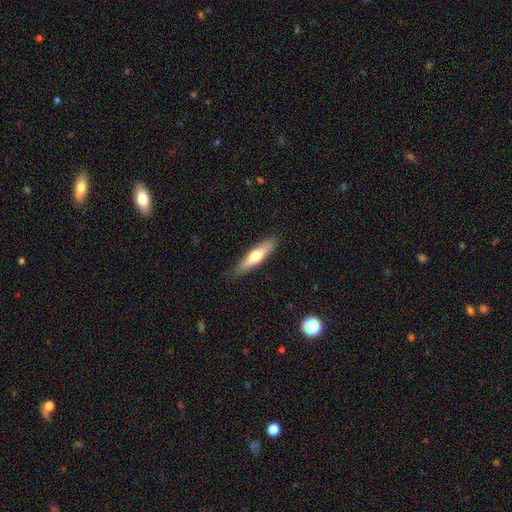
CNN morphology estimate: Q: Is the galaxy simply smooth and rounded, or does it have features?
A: smooth — 58%.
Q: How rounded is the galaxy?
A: cigar-shaped — 75%.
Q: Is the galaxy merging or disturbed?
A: none — 83%.